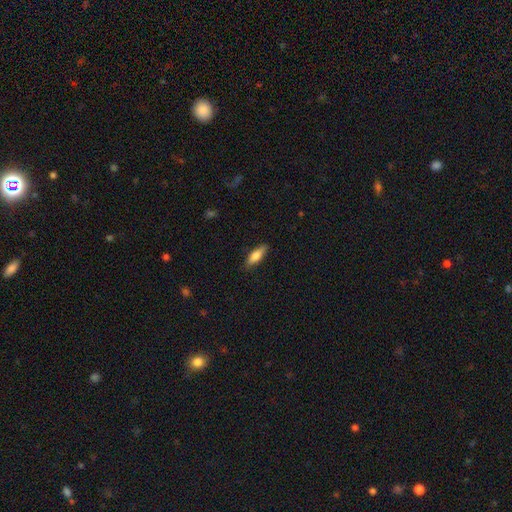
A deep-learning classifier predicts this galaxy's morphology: Smooth or featured?
  - smooth: 71% *
  - featured or disk: 23%
  - star or artifact: 6%
How rounded?
  - in between: 52% *
  - cigar-shaped: 46%
  - round: 2%
Merging?
  - none: 84% *
  - minor disturbance: 12%
  - major disturbance: 2%
  - merger: 1%